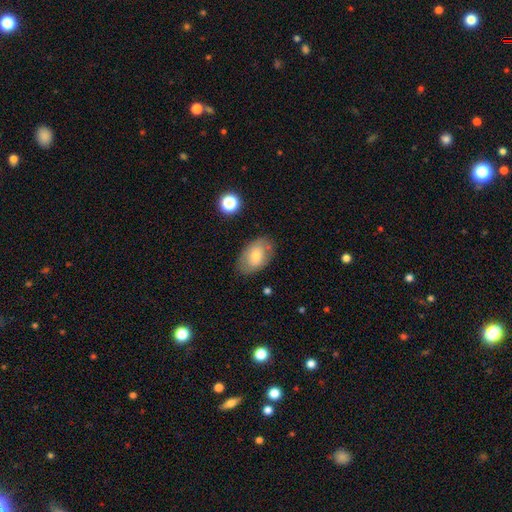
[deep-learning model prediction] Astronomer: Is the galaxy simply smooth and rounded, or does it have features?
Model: smooth — 63%.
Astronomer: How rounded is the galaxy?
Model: in between — 88%.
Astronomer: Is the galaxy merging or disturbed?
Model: none — 78%.